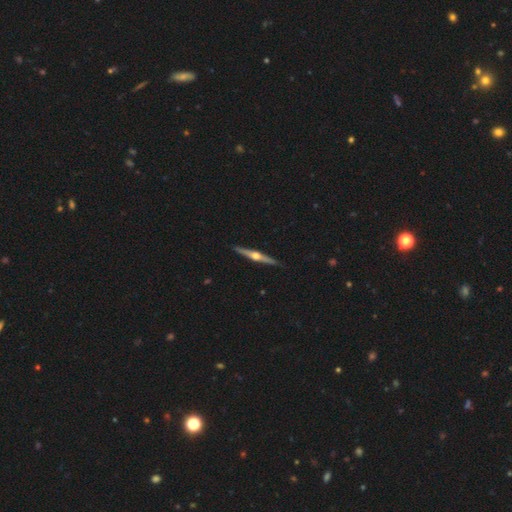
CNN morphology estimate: featured or disk 82%, smooth 13%, star or artifact 5%. Down the decision tree: edge-on disk — yes (98%); edge-on bulge — rounded (96%); merging — none (91%).